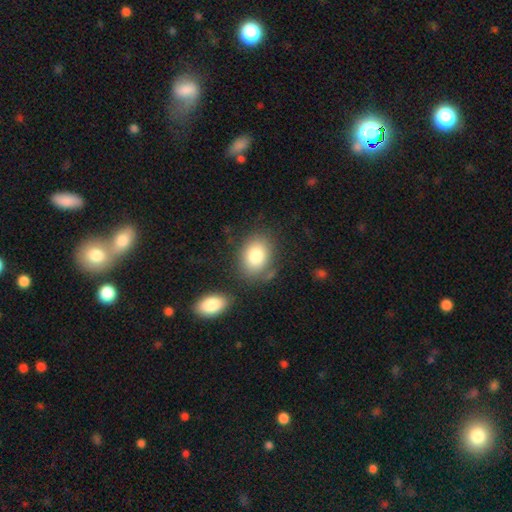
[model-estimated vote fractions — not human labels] Overall: smooth (82%). How rounded: in between (68%; round 31%). Merging: none (74%).